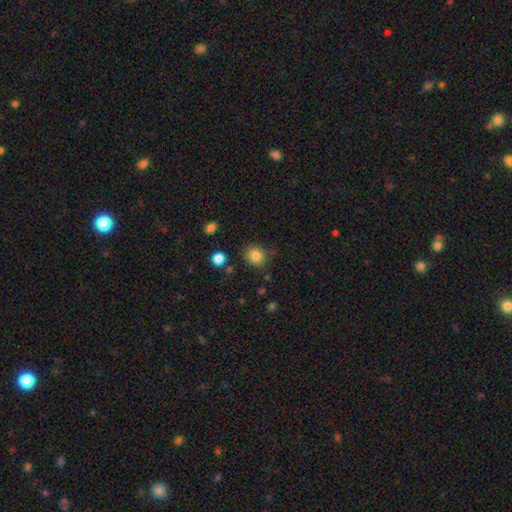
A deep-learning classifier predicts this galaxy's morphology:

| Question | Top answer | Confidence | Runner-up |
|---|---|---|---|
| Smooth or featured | smooth | 84% | star or artifact (11%) |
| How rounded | round | 69% | in between (30%) |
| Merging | none | 79% | minor disturbance (14%) |